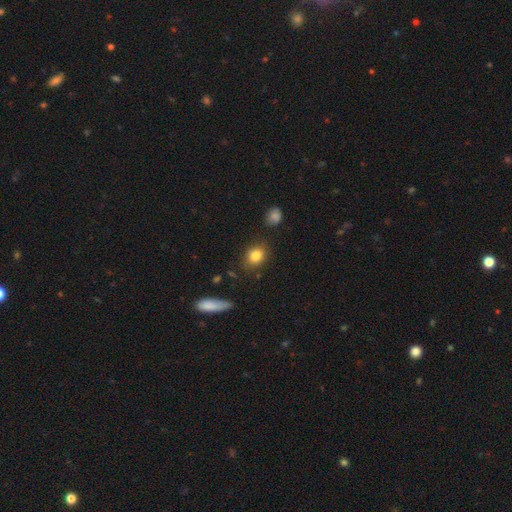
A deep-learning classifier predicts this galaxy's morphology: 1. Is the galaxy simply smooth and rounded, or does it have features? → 83% smooth, 10% star or artifact, 7% featured or disk.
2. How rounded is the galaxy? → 61% round, 37% in between, 2% cigar-shaped.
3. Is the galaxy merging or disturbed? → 82% none, 12% minor disturbance, 3% major disturbance, 3% merger.